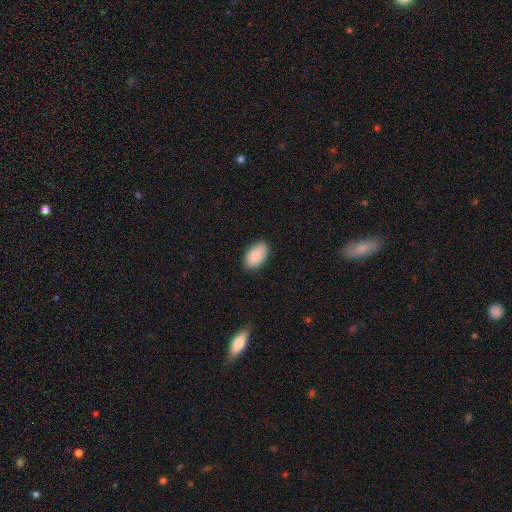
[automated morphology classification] smooth-or-featured: smooth: 88% | star or artifact: 6% | featured or disk: 6%
  how-rounded: in between: 95% | round: 4% | cigar-shaped: 1%
  merging: none: 88% | minor disturbance: 10% | major disturbance: 2% | merger: 1%